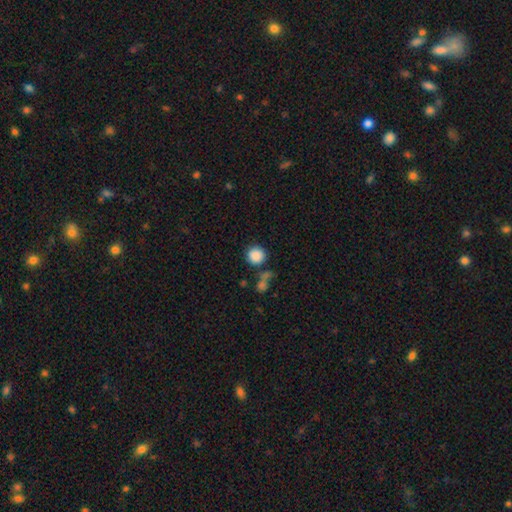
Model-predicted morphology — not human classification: The model was most divided on "merging": none: 71%, merger: 13%, minor disturbance: 11%, major disturbance: 5%. More confident: how rounded — round (93%); smooth or featured — smooth (88%).